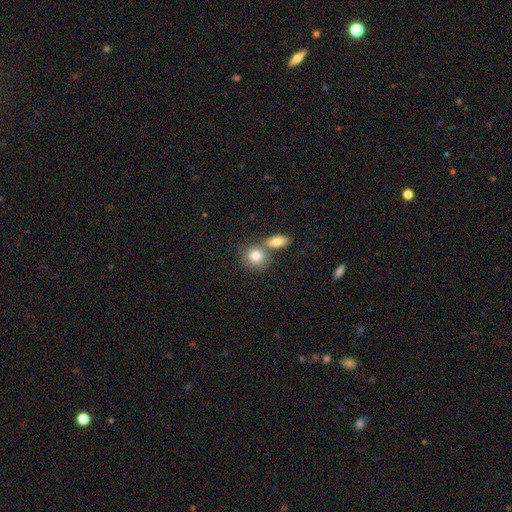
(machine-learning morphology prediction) Smooth or featured? Predicted: smooth (p=0.81). How rounded? Predicted: round (p=0.68). Merging? Predicted: merger (p=0.47).